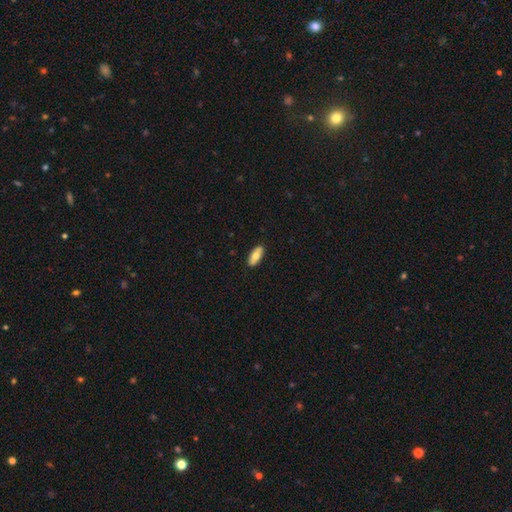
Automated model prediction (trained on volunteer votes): Morphology: type=smooth (76%); roundness=in between (77%); merging=none (89%).